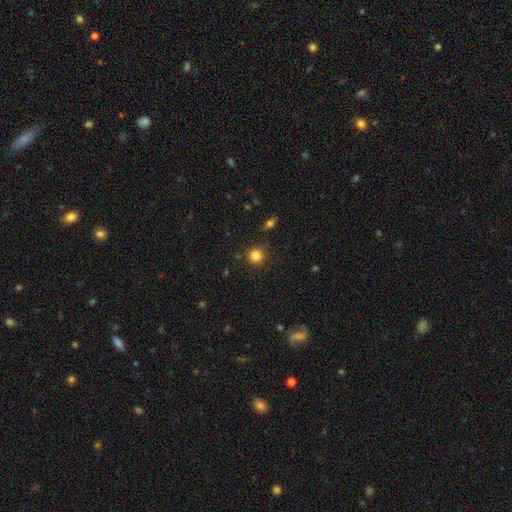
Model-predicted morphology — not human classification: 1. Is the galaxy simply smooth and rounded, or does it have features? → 83% smooth, 12% star or artifact, 5% featured or disk.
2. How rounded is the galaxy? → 94% round, 5% in between, 1% cigar-shaped.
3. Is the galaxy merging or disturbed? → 88% none, 8% minor disturbance, 2% major disturbance, 2% merger.